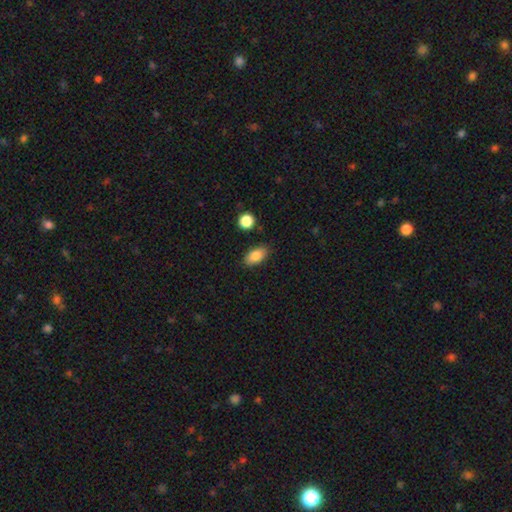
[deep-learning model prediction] A smooth galaxy with no disk features (84%) that is in between round and cigar-shaped (91%). Merging: none (85%).